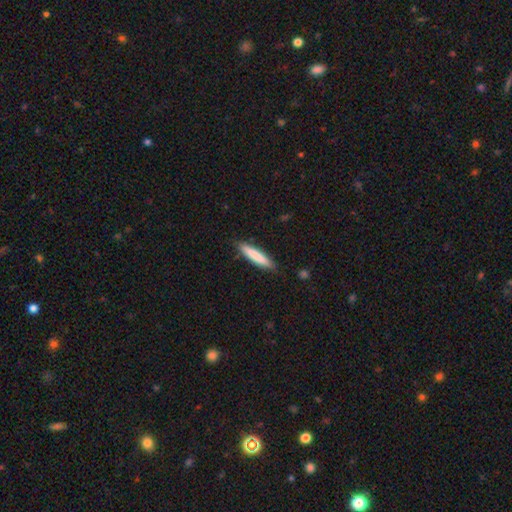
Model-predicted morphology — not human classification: A smooth galaxy with no disk features (80%) that is cigar-shaped (88%).

Vote fractions:
- Smooth or featured? smooth: 80% / featured or disk: 15% / star or artifact: 5%
- How rounded? cigar-shaped: 88% / in between: 11% / round: 1%
- Merging? none: 86% / minor disturbance: 11% / major disturbance: 2% / merger: 1%